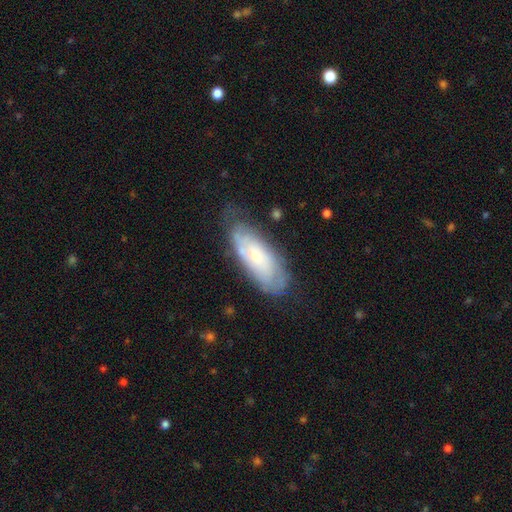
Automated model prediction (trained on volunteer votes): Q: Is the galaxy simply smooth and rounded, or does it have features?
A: featured or disk — 54%.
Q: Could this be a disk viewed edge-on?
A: no — 85%.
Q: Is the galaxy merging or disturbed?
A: none — 65%.